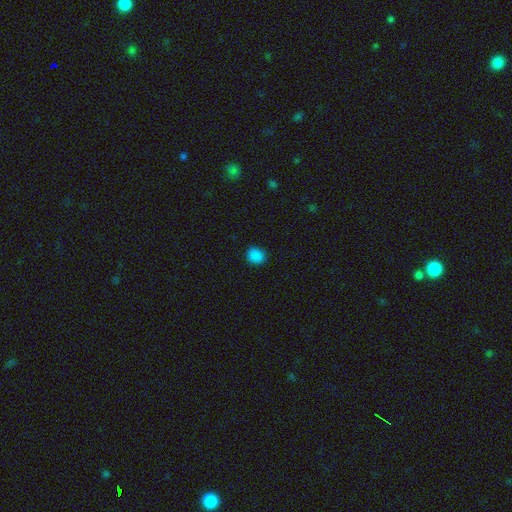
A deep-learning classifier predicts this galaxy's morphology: type=smooth (86%); roundness=round (69%); merging=none (89%).